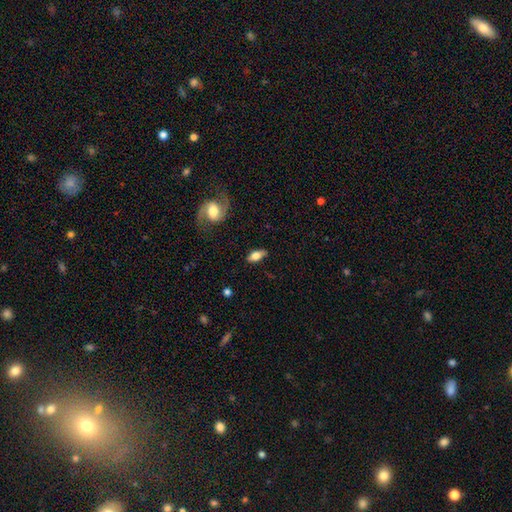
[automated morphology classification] Smooth or featured? smooth (60%)
How rounded? in between (82%)
Merging? none (81%)